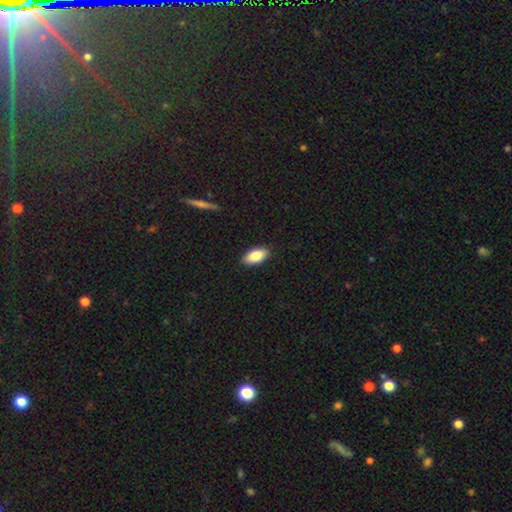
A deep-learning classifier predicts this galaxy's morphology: This is clearly a smooth galaxy (85%). How rounded: clearly in between (91%). Merging: clearly none (89%).